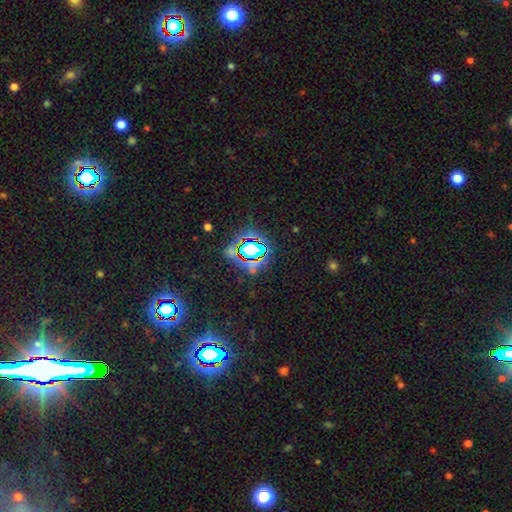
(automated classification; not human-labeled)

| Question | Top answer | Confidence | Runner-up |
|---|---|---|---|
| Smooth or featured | star or artifact | 73% | smooth (17%) |